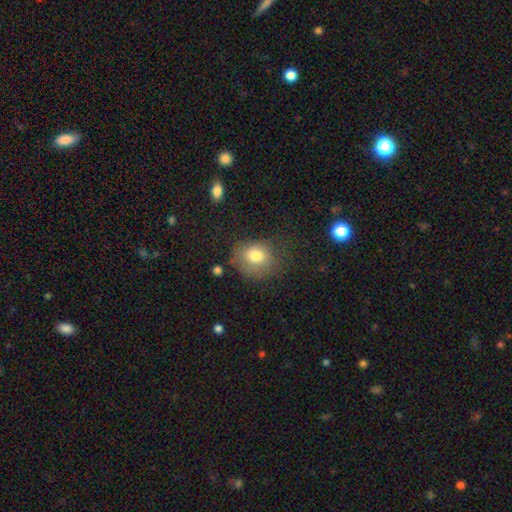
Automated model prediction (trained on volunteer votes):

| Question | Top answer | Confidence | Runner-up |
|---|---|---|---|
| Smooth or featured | smooth | 77% | featured or disk (12%) |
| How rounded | round | 65% | in between (34%) |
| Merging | none | 63% | minor disturbance (22%) |